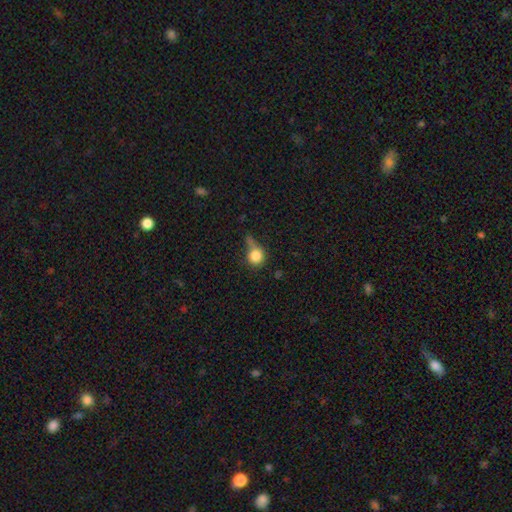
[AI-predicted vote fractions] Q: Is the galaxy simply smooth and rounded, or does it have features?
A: smooth — 81%.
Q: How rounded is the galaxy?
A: round — 85%.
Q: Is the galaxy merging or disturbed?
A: none — 39%.